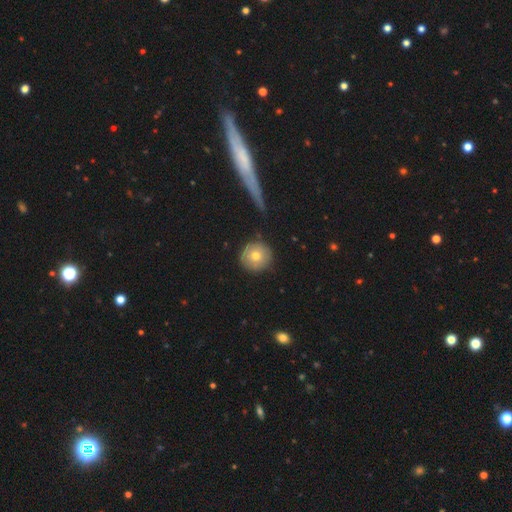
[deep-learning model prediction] The model was most divided on "smooth or featured": smooth: 70%, featured or disk: 22%, star or artifact: 8%. More confident: how rounded — round (94%); merging — none (83%).